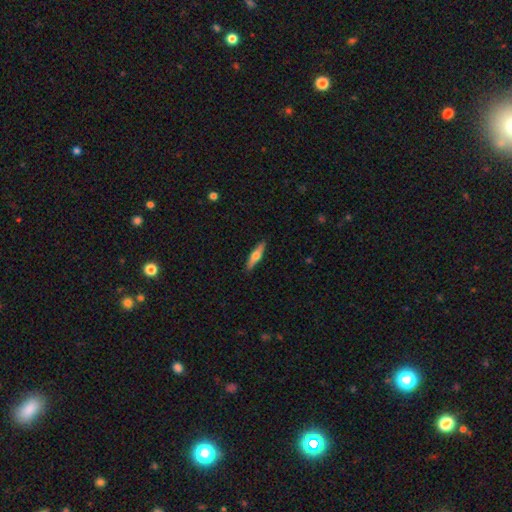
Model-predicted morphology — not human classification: smooth-or-featured: featured or disk: 51% | smooth: 44% | star or artifact: 6%
  disk-edge-on: yes: 94% | no: 6%
  merging: none: 90% | minor disturbance: 7% | major disturbance: 2% | merger: 1%